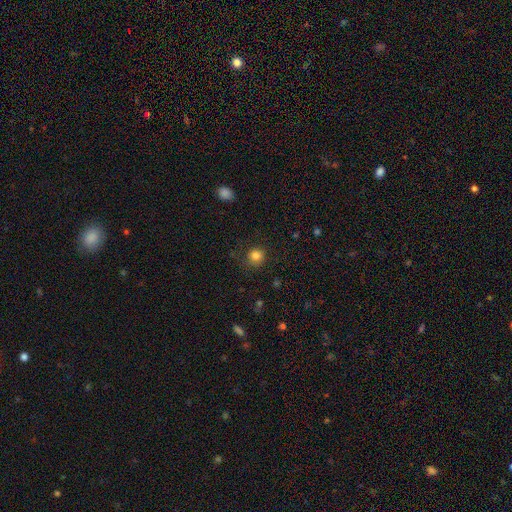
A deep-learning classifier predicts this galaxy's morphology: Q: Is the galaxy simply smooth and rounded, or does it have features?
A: smooth — 83%.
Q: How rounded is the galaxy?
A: round — 90%.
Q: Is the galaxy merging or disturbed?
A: none — 81%.